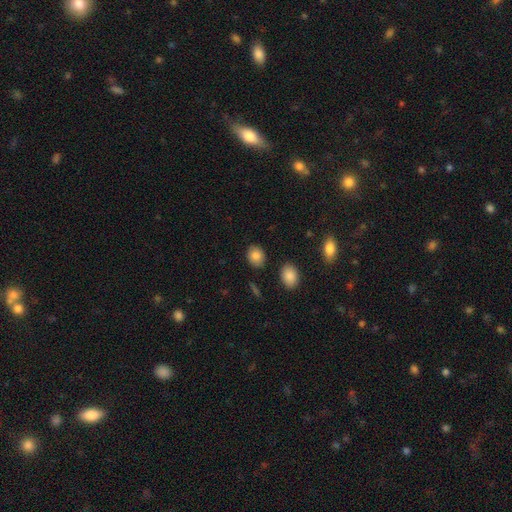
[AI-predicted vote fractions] Q: Smooth or featured?
A: smooth (84%); runner-up: star or artifact (8%)
Q: How rounded?
A: in between (55%); runner-up: round (44%)
Q: Merging?
A: none (87%); runner-up: minor disturbance (9%)